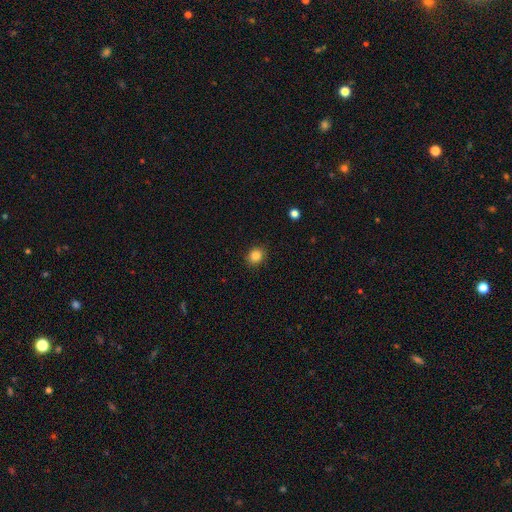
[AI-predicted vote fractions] The model was most divided on "how rounded": round: 70%, in between: 29%, cigar-shaped: 1%. More confident: merging — none (89%); smooth or featured — smooth (85%).